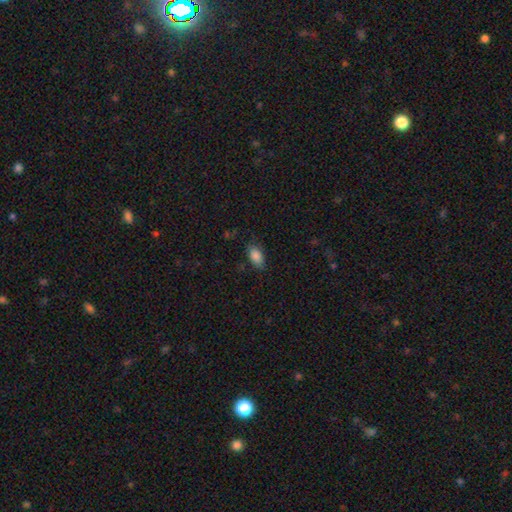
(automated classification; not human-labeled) Smooth or featured: smooth — 86% (star or artifact — 8%)
How rounded: in between — 91% (round — 5%)
Merging: none — 78% (minor disturbance — 17%)